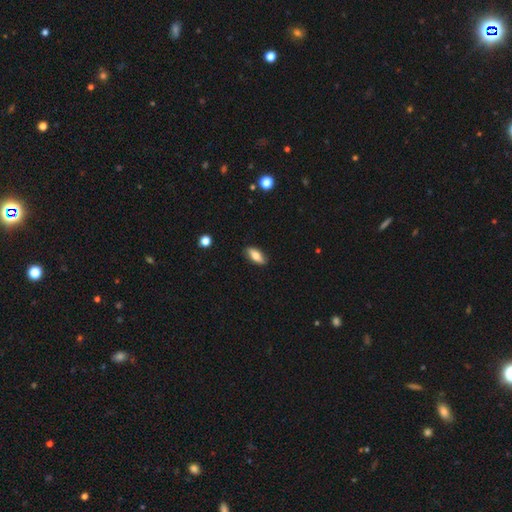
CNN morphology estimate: A smooth galaxy with no disk features (71%) that is in between round and cigar-shaped (76%).

Vote fractions:
- Smooth or featured? smooth: 71% / featured or disk: 22% / star or artifact: 7%
- How rounded? in between: 76% / cigar-shaped: 21% / round: 3%
- Merging? none: 86% / minor disturbance: 11% / major disturbance: 2% / merger: 1%